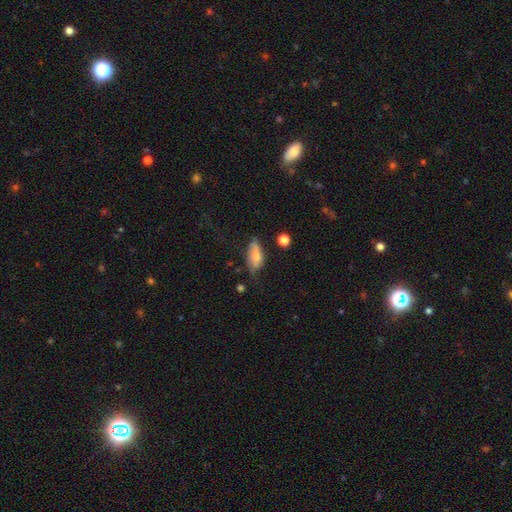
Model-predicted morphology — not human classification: smooth_or_featured: smooth (p=0.67) [alt: featured or disk p=0.25]
how_rounded: in between (p=0.79) [alt: cigar-shaped p=0.18]
merging: none (p=0.51) [alt: minor disturbance p=0.34]